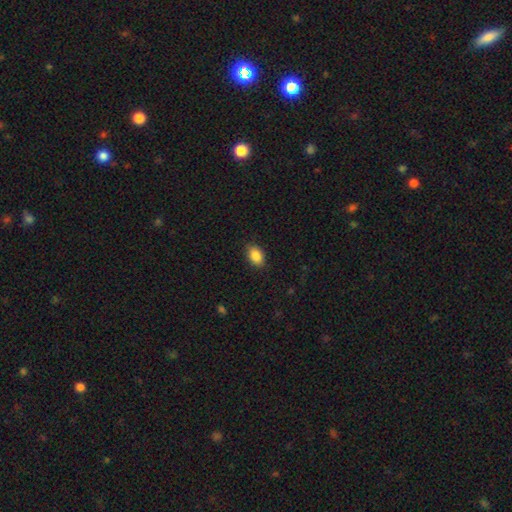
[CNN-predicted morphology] This is clearly a smooth galaxy (87%). How rounded: clearly in between (86%). Merging: clearly none (88%).